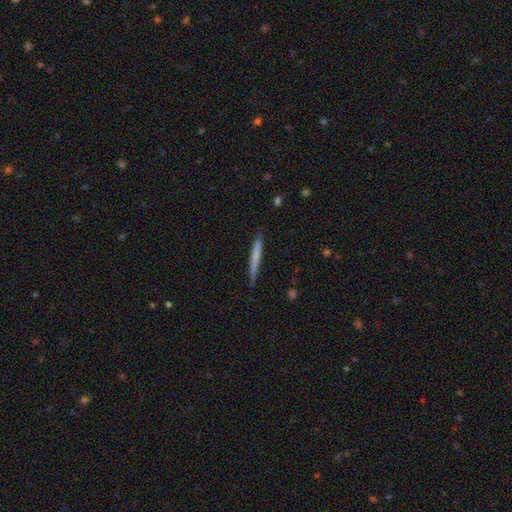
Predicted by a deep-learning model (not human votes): Morphology: type=smooth (60%); roundness=cigar-shaped (97%); merging=none (87%).